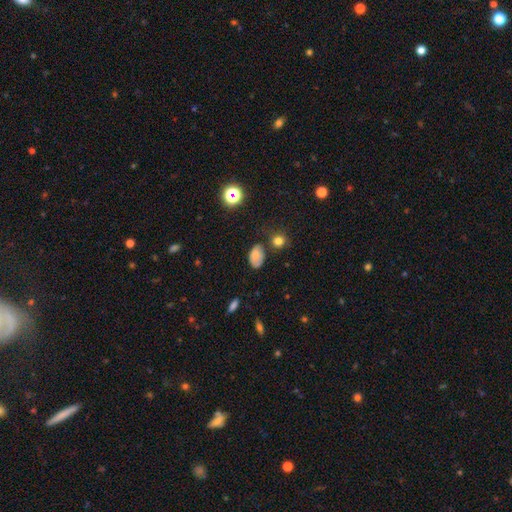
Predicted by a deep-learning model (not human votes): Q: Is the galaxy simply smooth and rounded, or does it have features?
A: smooth — 73%.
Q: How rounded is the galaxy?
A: in between — 88%.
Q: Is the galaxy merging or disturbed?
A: none — 57%.